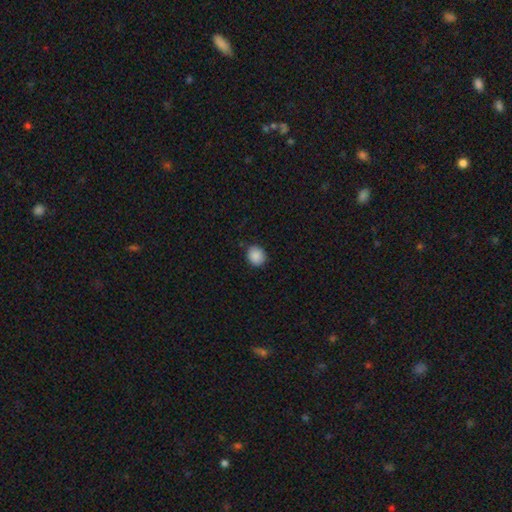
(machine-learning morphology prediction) type=smooth (88%); roundness=round (76%); merging=none (83%).